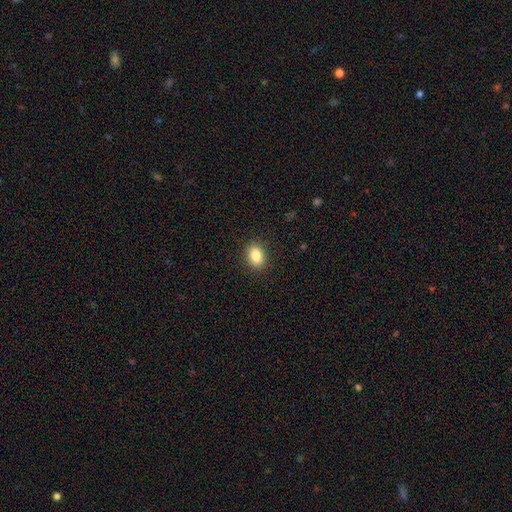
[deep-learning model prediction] Smooth or featured?
  - smooth: 86% *
  - star or artifact: 9%
  - featured or disk: 5%
How rounded?
  - in between: 72% *
  - round: 27%
  - cigar-shaped: 1%
Merging?
  - none: 89% *
  - minor disturbance: 8%
  - major disturbance: 2%
  - merger: 1%